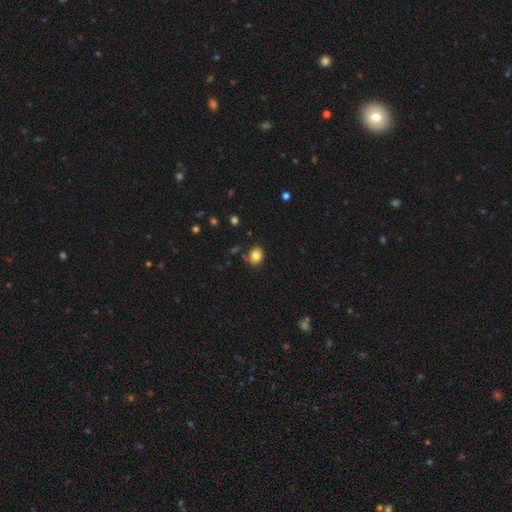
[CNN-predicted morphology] Smooth or featured: smooth — 82% (star or artifact — 10%)
How rounded: round — 63% (in between — 36%)
Merging: none — 75% (minor disturbance — 16%)